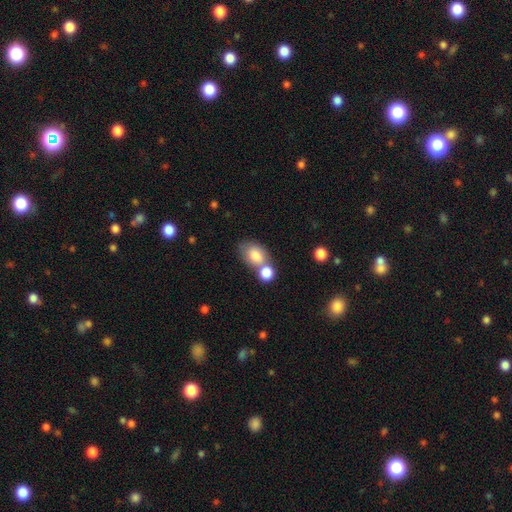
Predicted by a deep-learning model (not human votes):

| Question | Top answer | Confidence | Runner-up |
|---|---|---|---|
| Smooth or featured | smooth | 81% | featured or disk (11%) |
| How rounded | in between | 74% | round (24%) |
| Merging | merger | 43% | none (39%) |